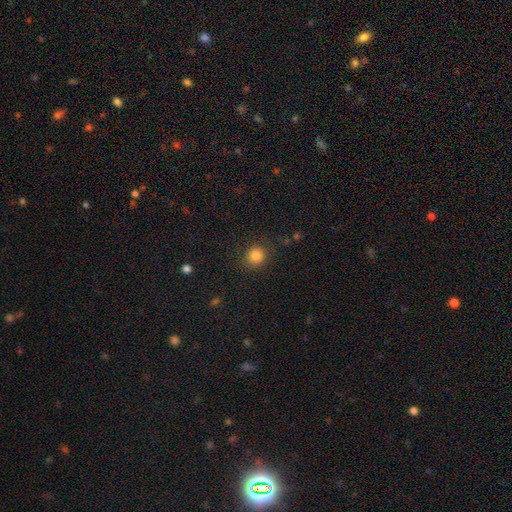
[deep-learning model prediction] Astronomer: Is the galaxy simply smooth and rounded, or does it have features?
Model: smooth — 84%.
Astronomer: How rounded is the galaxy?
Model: round — 86%.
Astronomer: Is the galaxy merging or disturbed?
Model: none — 85%.